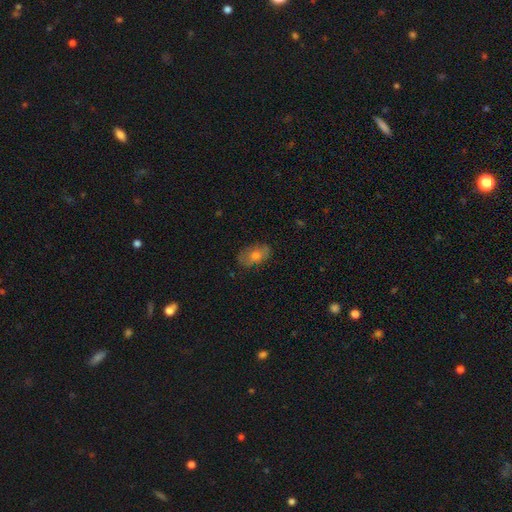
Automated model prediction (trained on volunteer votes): Morphology: type=smooth (63%); roundness=in between (88%); merging=none (80%).